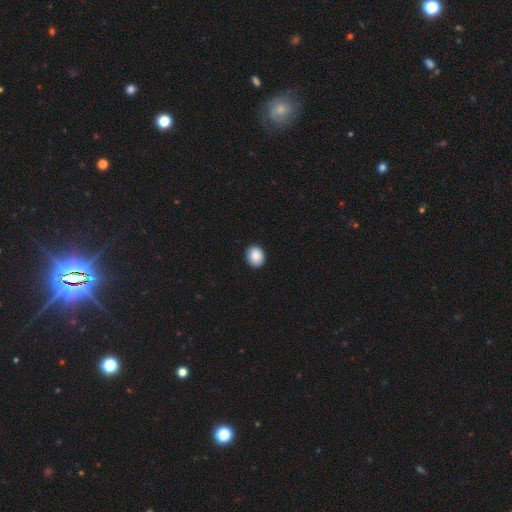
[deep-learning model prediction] Smooth or featured?
  - smooth: 90% *
  - star or artifact: 8%
  - featured or disk: 3%
How rounded?
  - round: 62% *
  - in between: 38%
  - cigar-shaped: 1%
Merging?
  - none: 91% *
  - minor disturbance: 7%
  - major disturbance: 2%
  - merger: 1%